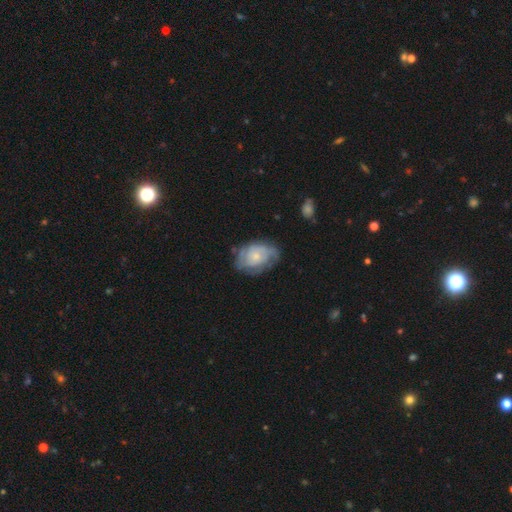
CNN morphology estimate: This is likely a featured or disk galaxy (65%). It is clearly not viewed edge-on (97%). Bar: likely no (78%). Spiral arm pattern: clearly yes (83%). Spiral arm count: marginally can't tell (43%). Spiral winding: possibly tight (52%). Central bulge: possibly small (59%). Merging: possibly none (60%).